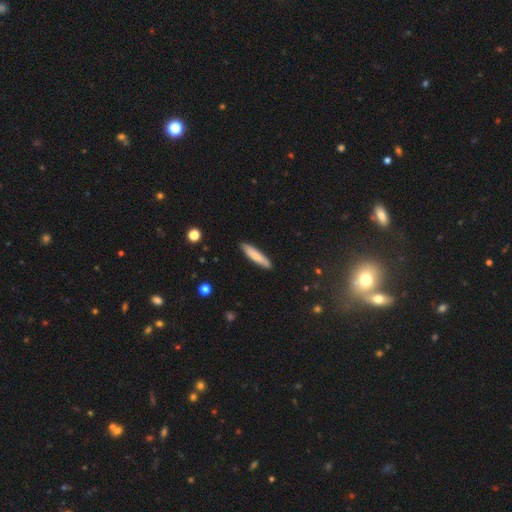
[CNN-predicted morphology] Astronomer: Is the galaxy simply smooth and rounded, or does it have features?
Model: smooth — 81%.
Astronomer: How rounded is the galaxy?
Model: cigar-shaped — 88%.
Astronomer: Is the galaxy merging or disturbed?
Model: none — 89%.